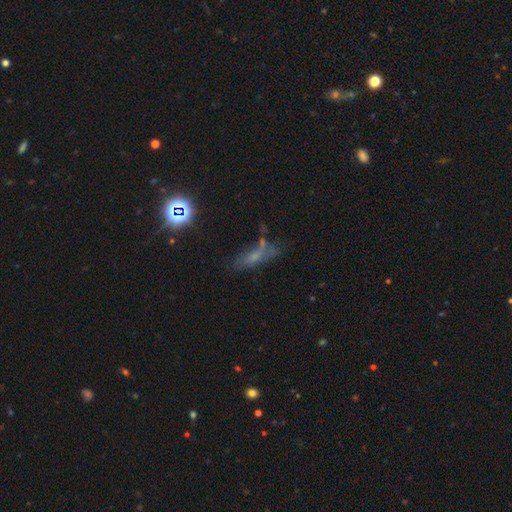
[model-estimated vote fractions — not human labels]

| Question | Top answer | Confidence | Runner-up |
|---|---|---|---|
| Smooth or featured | smooth | 43% | featured or disk (30%) |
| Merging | none | 45% | minor disturbance (23%) |